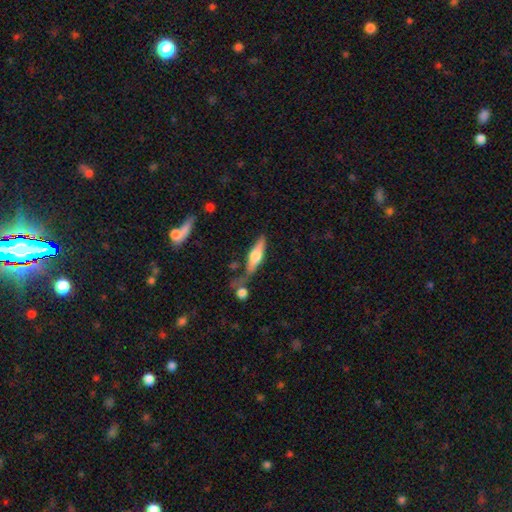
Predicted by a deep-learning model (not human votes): featured or disk 53%, smooth 41%, star or artifact 6%. Down the decision tree: edge-on disk — yes (91%); merging — none (56%).